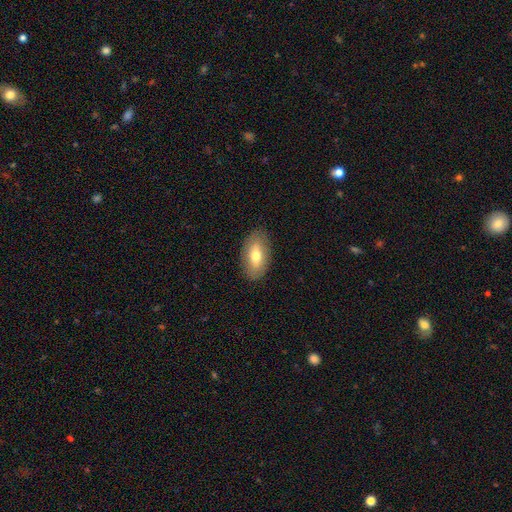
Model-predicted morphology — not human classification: Overall: smooth (66%; featured or disk 28%). How rounded: in between (92%). Merging: none (86%).